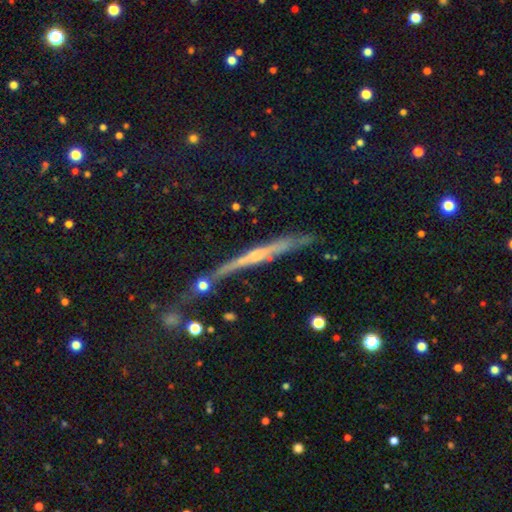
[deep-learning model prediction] The model was most divided on "edge-on bulge": none: 44%, rounded: 41%, boxy: 15%. More confident: edge-on disk — yes (94%); merging — none (70%); smooth or featured — featured or disk (64%).